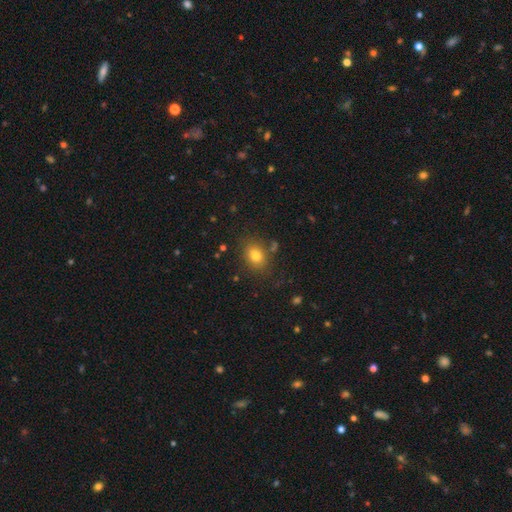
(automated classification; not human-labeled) Smooth or featured: smooth — 78% (star or artifact — 12%)
How rounded: in between — 61% (round — 37%)
Merging: none — 78% (minor disturbance — 13%)